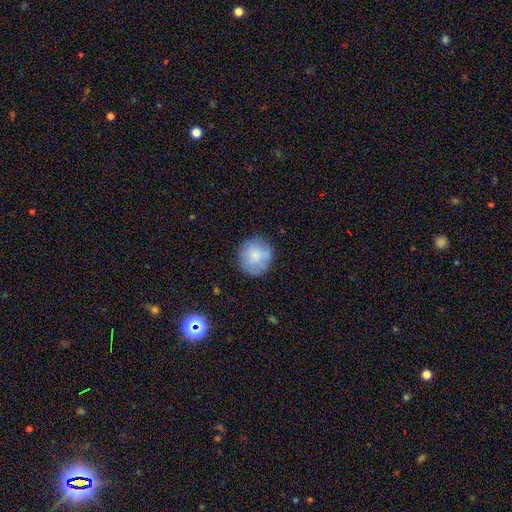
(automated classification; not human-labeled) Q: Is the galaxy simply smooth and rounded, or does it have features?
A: smooth — 73%.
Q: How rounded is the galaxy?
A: round — 90%.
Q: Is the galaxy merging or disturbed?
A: none — 77%.